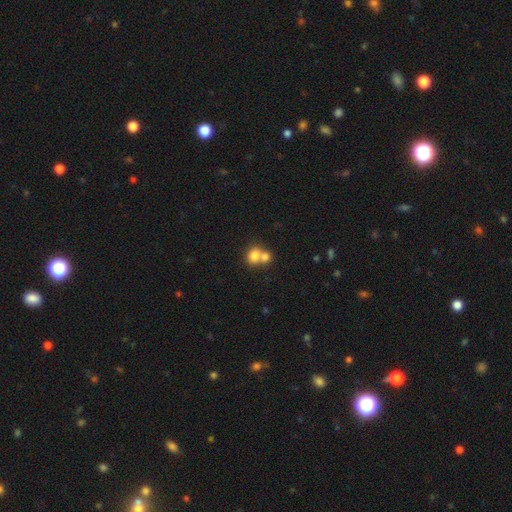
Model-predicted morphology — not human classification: type=smooth (78%); roundness=round (65%); merging=merger (59%).